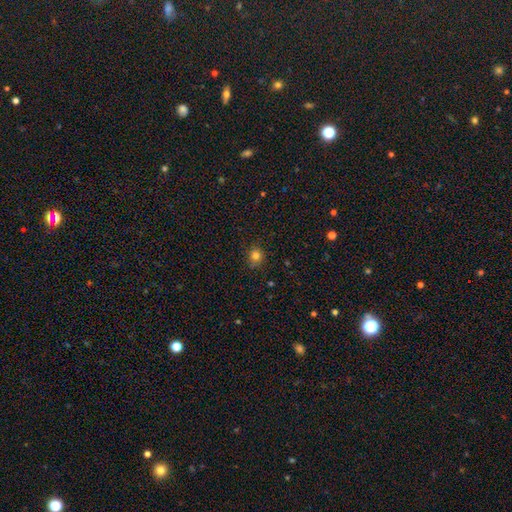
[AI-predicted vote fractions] smooth 81%, star or artifact 14%, featured or disk 6%. Down the decision tree: how rounded — round (84%); merging — none (84%).